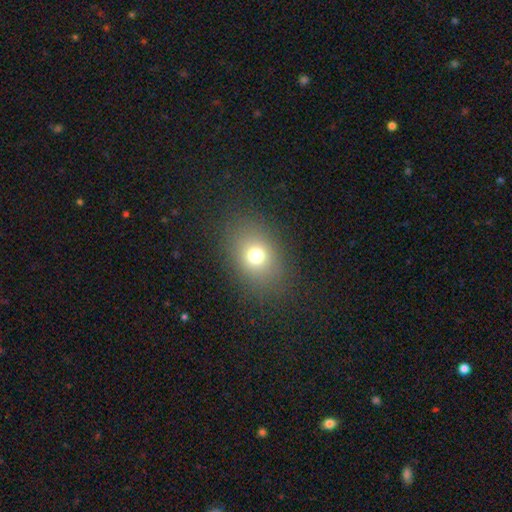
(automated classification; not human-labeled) This appears to be a smooth galaxy with no disk features (72%) that is in between round and cigar-shaped (55%). Merging: none (85%).